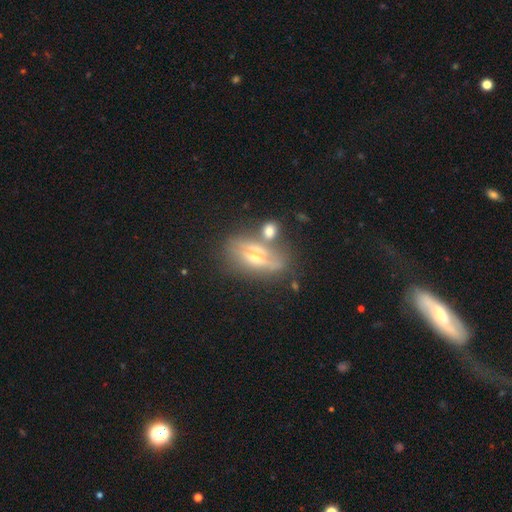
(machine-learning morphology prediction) A featured or disk galaxy (62%).

Vote fractions:
- Smooth or featured? featured or disk: 62% / smooth: 27% / star or artifact: 11%
- Edge-on disk? no: 52% / yes: 48%
- Merging? none: 51% / merger: 19% / minor disturbance: 19% / major disturbance: 11%